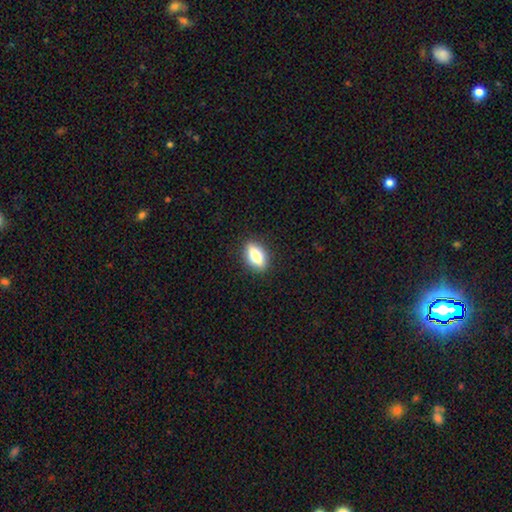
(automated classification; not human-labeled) smooth 69%, featured or disk 23%, star or artifact 8%. Down the decision tree: how rounded — in between (79%); merging — none (88%).